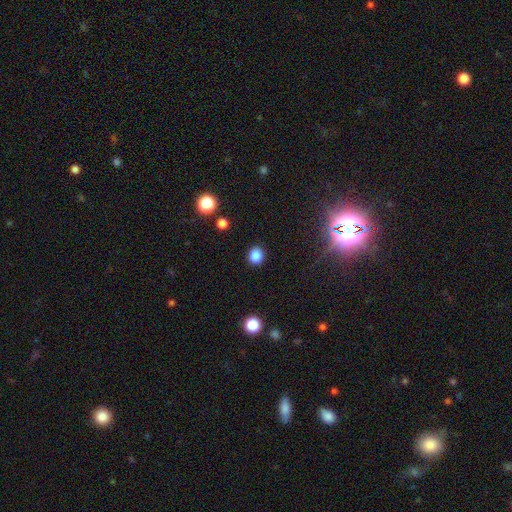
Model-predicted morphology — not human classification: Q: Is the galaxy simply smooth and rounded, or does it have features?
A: smooth — 84%.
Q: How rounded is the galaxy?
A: round — 81%.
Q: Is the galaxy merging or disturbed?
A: none — 90%.